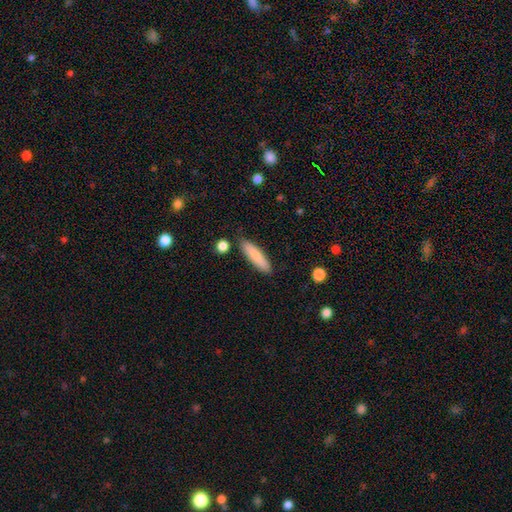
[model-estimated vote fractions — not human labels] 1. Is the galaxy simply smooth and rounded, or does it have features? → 84% smooth, 10% featured or disk, 6% star or artifact.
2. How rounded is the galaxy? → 77% cigar-shaped, 22% in between, 2% round.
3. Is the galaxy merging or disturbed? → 86% none, 10% minor disturbance, 2% merger, 2% major disturbance.